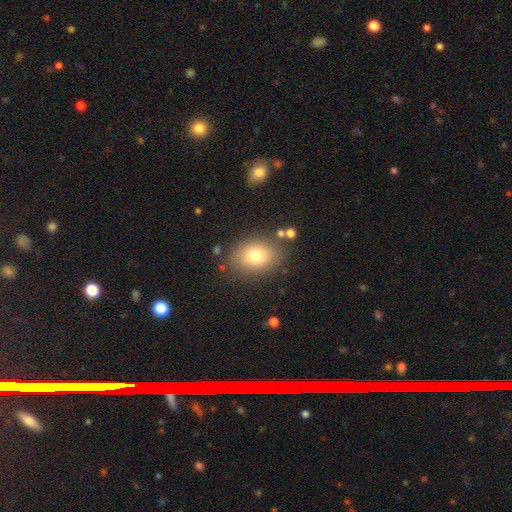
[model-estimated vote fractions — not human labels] Smooth or featured?
  - smooth: 77% *
  - featured or disk: 12%
  - star or artifact: 11%
How rounded?
  - in between: 64% *
  - round: 35%
  - cigar-shaped: 1%
Merging?
  - none: 81% *
  - minor disturbance: 11%
  - major disturbance: 4%
  - merger: 3%